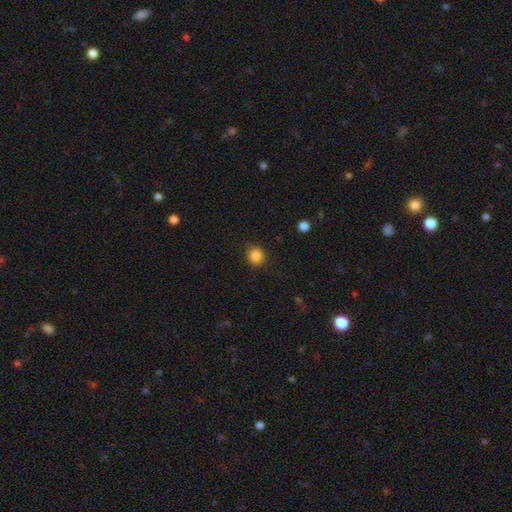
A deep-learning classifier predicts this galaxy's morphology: This appears to be a smooth galaxy with no disk features (86%) that is round (88%). Merging: none (86%).